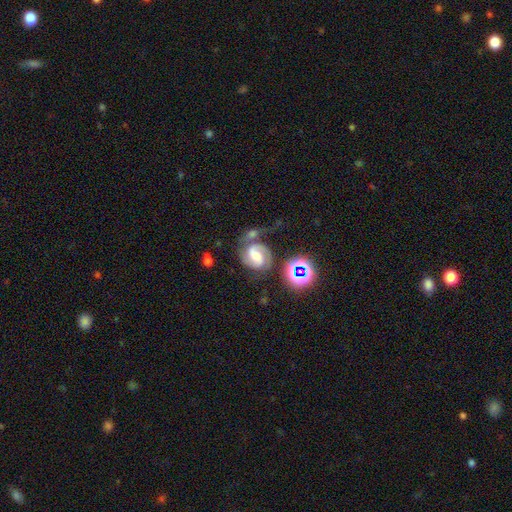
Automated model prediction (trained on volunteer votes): smooth-or-featured: featured or disk: 73% | smooth: 16% | star or artifact: 11%
  disk-edge-on: no: 98% | yes: 2%
    bar: weak: 47% | strong: 32% | no: 21%
    has-spiral-arms: yes: 95% | no: 5%
      spiral-winding: medium: 49% | tight: 37% | loose: 14%
      spiral-arm-count: 2: 86% | 1: 6% | can't tell: 5% | 3: 2% | 4: 1% | more than 4: 1%
    bulge-size: moderate: 41% | small: 25% | large: 18% | none: 12% | dominant: 4%
  merging: none: 50% | minor disturbance: 19% | merger: 15% | major disturbance: 15%